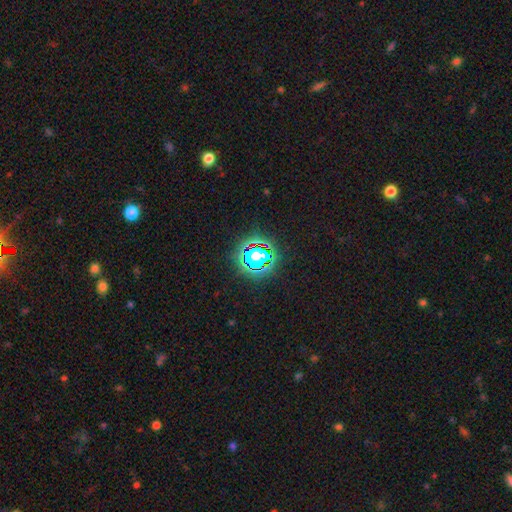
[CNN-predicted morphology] smooth_or_featured: star or artifact (p=0.65) [alt: smooth p=0.23]